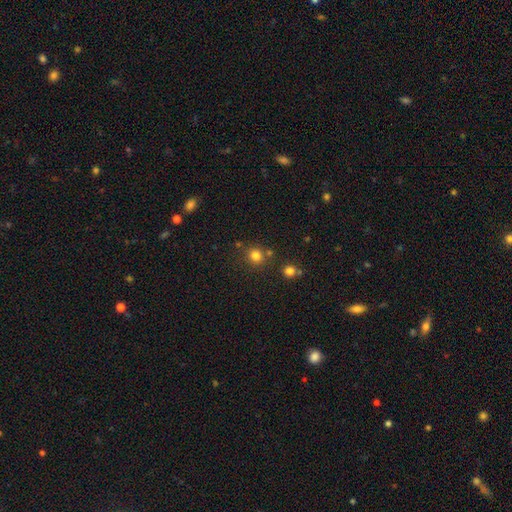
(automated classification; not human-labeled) A smooth galaxy with no disk features (79%) that is round (90%).

Vote fractions:
- Smooth or featured? smooth: 79% / star or artifact: 16% / featured or disk: 6%
- How rounded? round: 90% / in between: 9% / cigar-shaped: 1%
- Merging? none: 79% / merger: 10% / minor disturbance: 8% / major disturbance: 3%